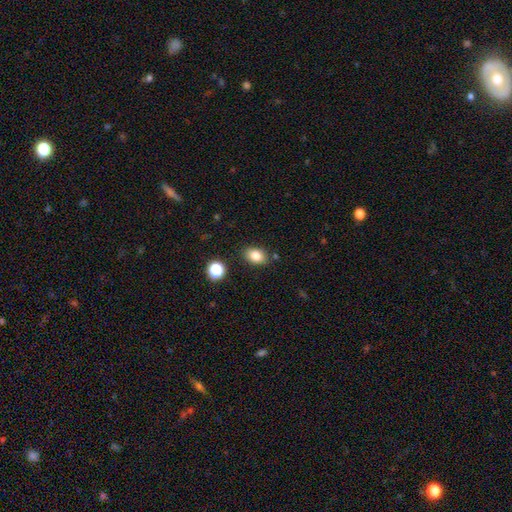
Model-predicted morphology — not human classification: A smooth galaxy with no disk features (83%) that is in between round and cigar-shaped (77%).

Vote fractions:
- Smooth or featured? smooth: 83% / star or artifact: 10% / featured or disk: 7%
- How rounded? in between: 77% / round: 21% / cigar-shaped: 1%
- Merging? none: 83% / minor disturbance: 11% / merger: 4% / major disturbance: 3%